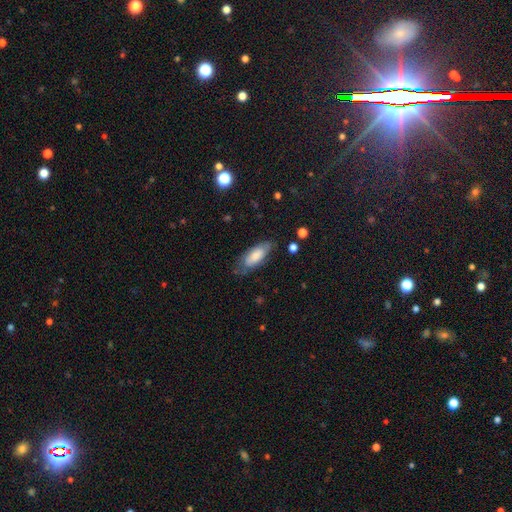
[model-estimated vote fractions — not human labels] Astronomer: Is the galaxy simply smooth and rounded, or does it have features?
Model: smooth — 68%.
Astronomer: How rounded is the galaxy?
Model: in between — 80%.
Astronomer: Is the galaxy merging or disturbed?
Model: none — 65%.